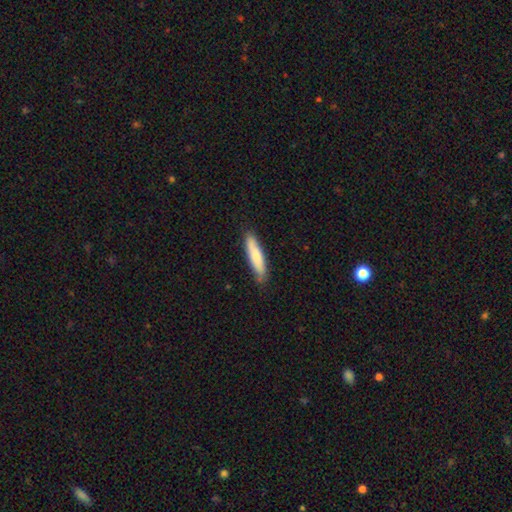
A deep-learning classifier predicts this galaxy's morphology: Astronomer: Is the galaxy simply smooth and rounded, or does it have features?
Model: smooth — 75%.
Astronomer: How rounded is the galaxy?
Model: cigar-shaped — 80%.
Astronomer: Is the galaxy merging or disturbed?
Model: none — 83%.